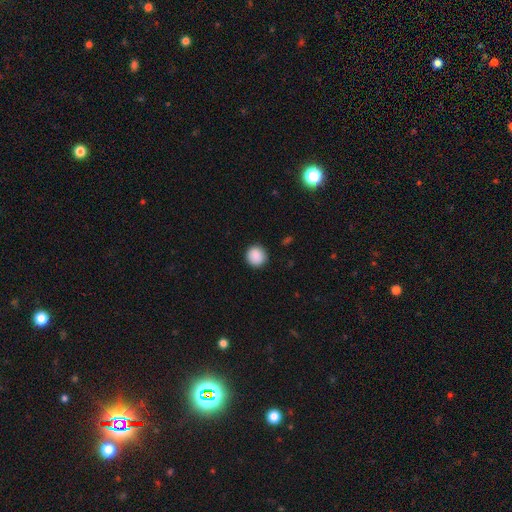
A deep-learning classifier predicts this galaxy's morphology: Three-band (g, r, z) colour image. It shows a smooth galaxy with no disk features (89%) that is round (92%). Merging: none (91%).